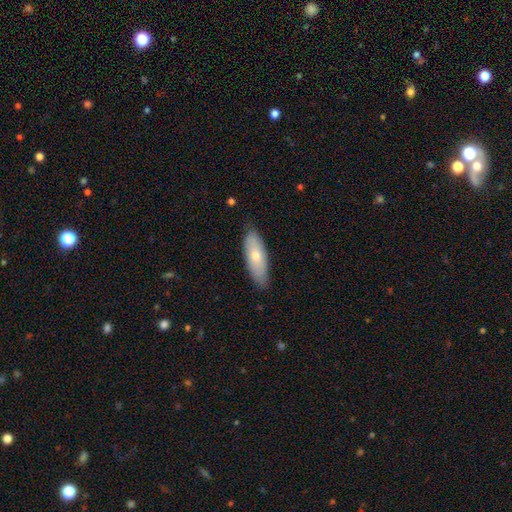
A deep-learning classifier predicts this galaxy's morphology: Overall: smooth (65%; featured or disk 29%). How rounded: in between (61%; cigar-shaped 36%). Merging: none (83%).